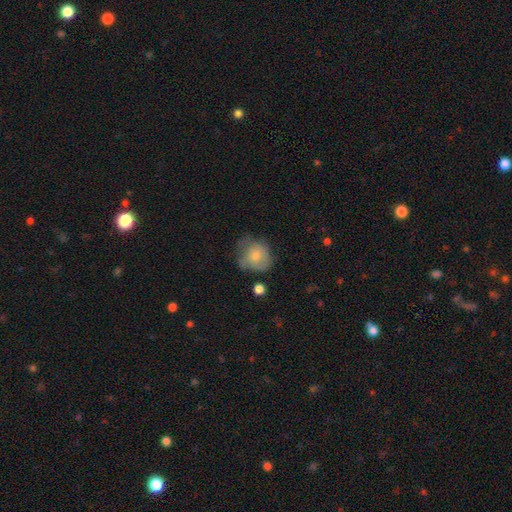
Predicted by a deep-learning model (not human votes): Smooth or featured: smooth — 66% (featured or disk — 26%)
How rounded: round — 71% (in between — 28%)
Merging: none — 42% (minor disturbance — 35%)